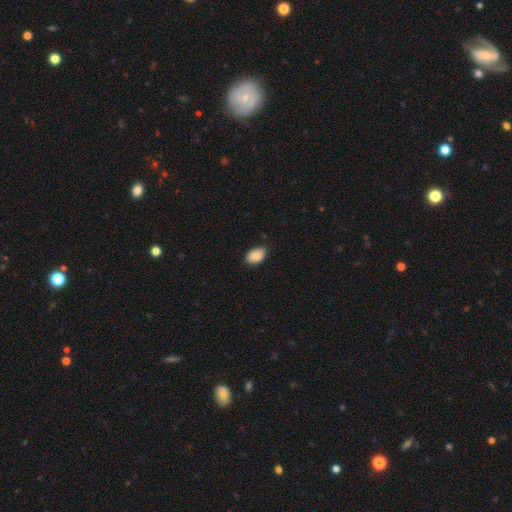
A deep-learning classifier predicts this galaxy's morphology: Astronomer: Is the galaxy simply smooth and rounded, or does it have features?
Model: smooth — 87%.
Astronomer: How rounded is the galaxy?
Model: in between — 87%.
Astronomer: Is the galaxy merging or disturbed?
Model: none — 80%.